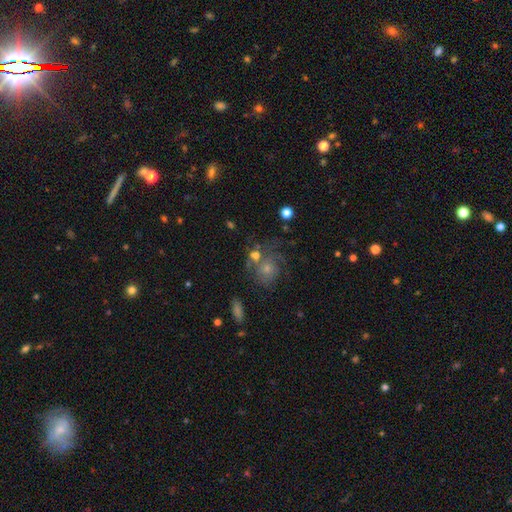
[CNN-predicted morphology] type=smooth (43%); merging=none (38%).